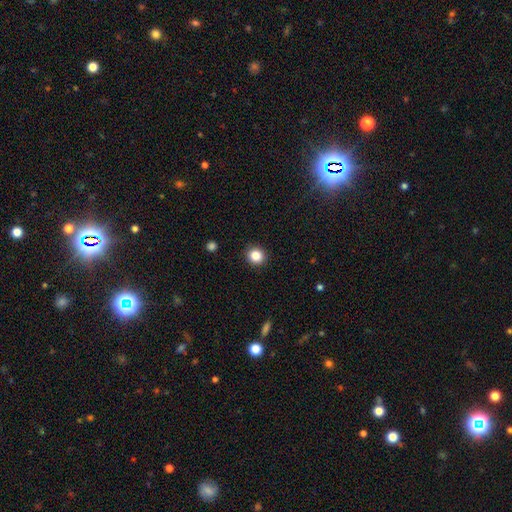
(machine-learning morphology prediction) Smooth or featured: smooth — 85% (star or artifact — 11%)
How rounded: round — 89% (in between — 10%)
Merging: none — 91% (minor disturbance — 6%)